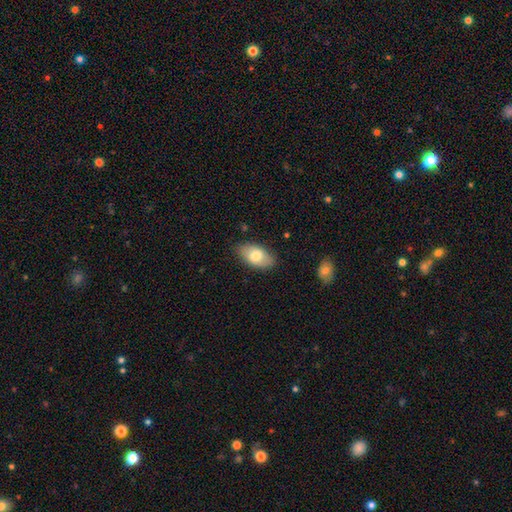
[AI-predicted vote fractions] smooth_or_featured: smooth (p=0.76) [alt: featured or disk p=0.18]
how_rounded: in between (p=0.93) [alt: round p=0.04]
merging: none (p=0.82) [alt: minor disturbance p=0.14]